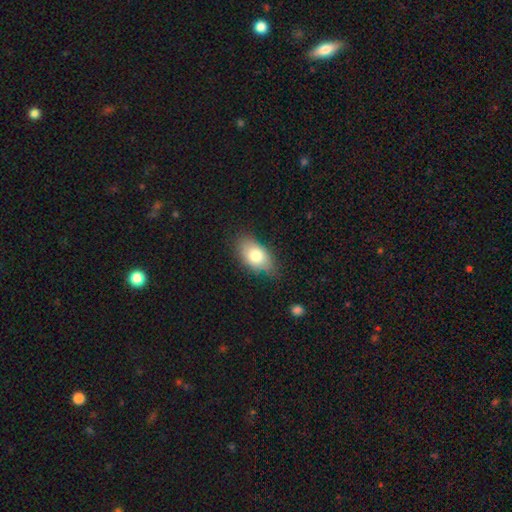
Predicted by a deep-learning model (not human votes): Morphology: type=smooth (80%); roundness=in between (90%); merging=none (71%).